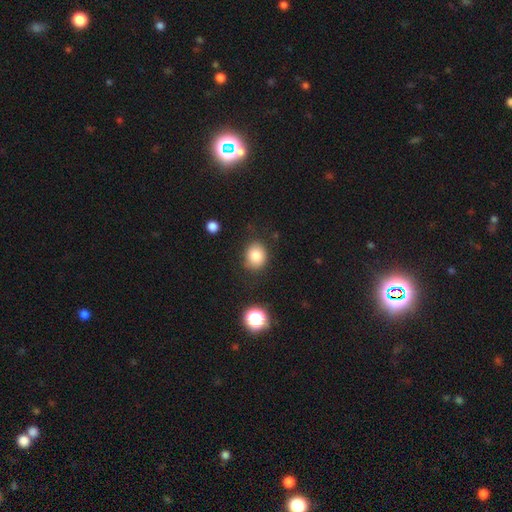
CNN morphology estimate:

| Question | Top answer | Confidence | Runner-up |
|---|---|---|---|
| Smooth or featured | smooth | 83% | star or artifact (10%) |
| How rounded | round | 68% | in between (32%) |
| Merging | none | 81% | minor disturbance (13%) |